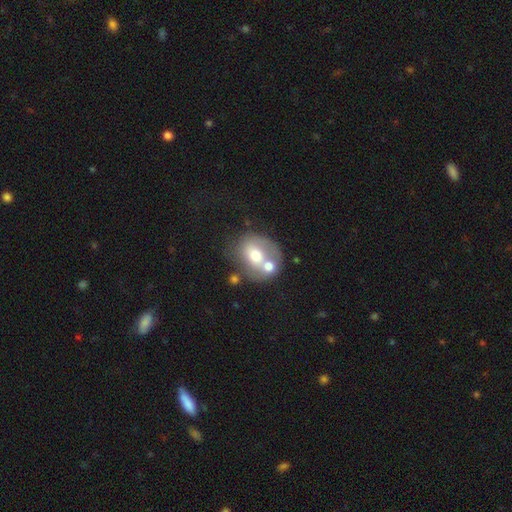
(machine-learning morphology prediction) This appears to be a smooth galaxy with no disk features (56%) that is round (54%). Merging: merger (43%).